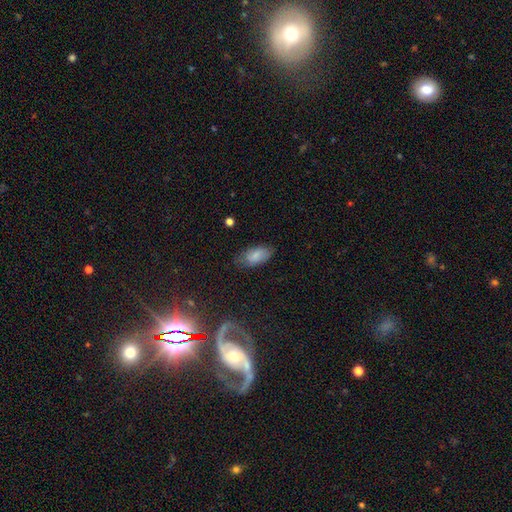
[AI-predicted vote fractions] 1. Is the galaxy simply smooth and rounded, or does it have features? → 82% smooth, 11% featured or disk, 8% star or artifact.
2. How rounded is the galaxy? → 92% in between, 5% cigar-shaped, 3% round.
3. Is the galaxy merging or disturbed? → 72% none, 21% minor disturbance, 5% major disturbance, 1% merger.